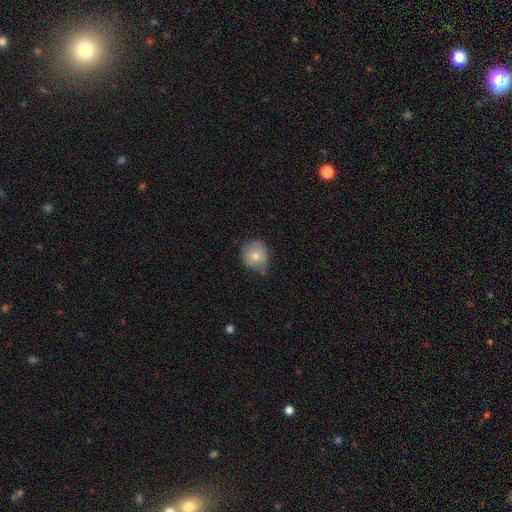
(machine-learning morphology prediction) A smooth galaxy with no disk features (73%) that is round (80%). Merging: none (54%).